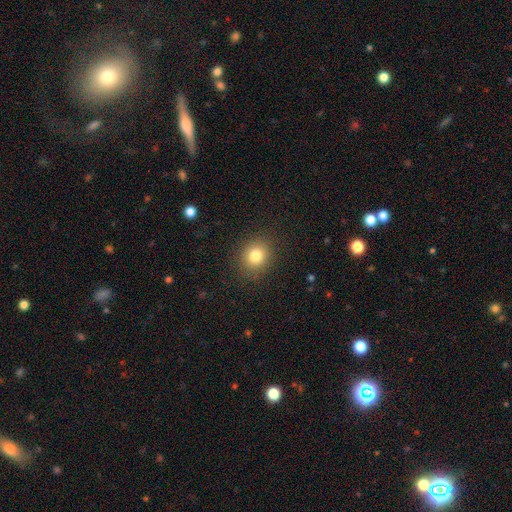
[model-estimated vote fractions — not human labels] Morphology: type=smooth (81%); roundness=round (75%); merging=none (88%).